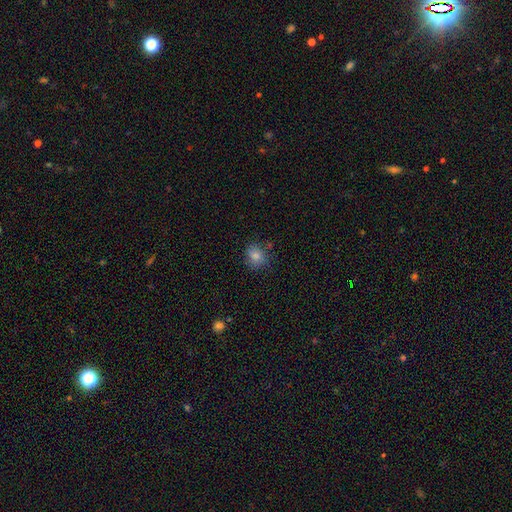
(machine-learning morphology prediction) Overall: smooth (82%). How rounded: round (63%; in between 36%). Merging: none (77%).